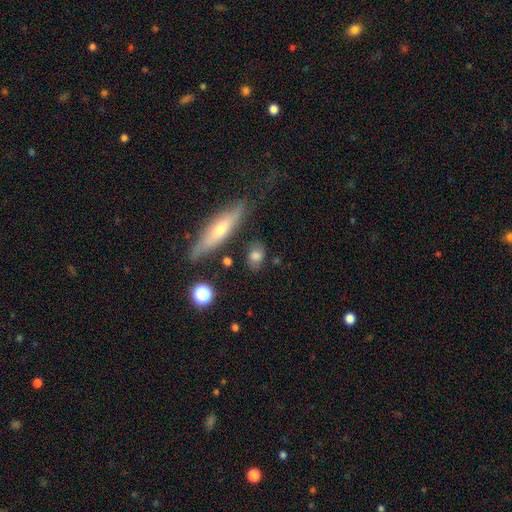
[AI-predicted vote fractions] smooth_or_featured: smooth (p=0.73) [alt: featured or disk p=0.17]
how_rounded: in between (p=0.61) [alt: round p=0.29]
merging: none (p=0.74) [alt: minor disturbance p=0.16]